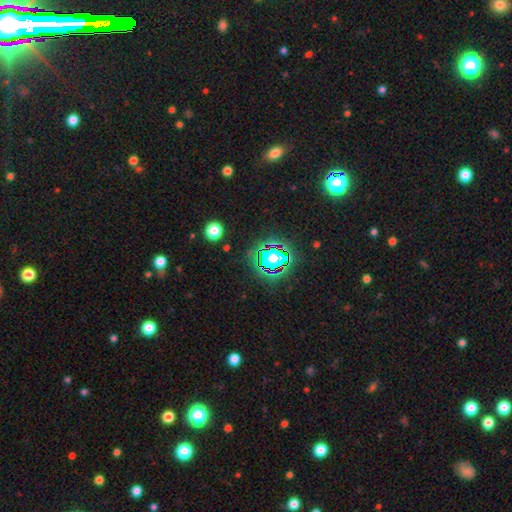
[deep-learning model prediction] Smooth or featured? star or artifact (77%)